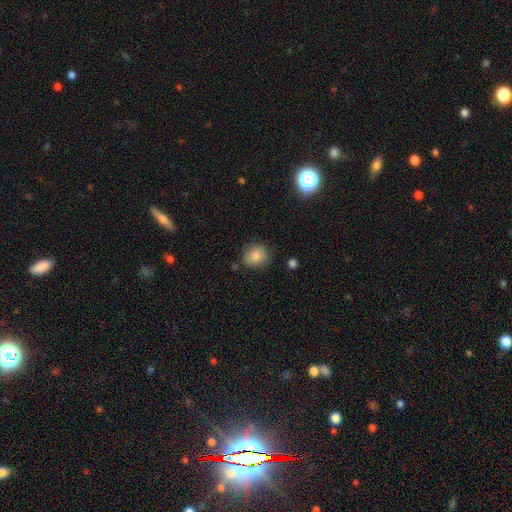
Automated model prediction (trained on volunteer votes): Morphology: type=smooth (82%); roundness=round (71%); merging=none (75%).